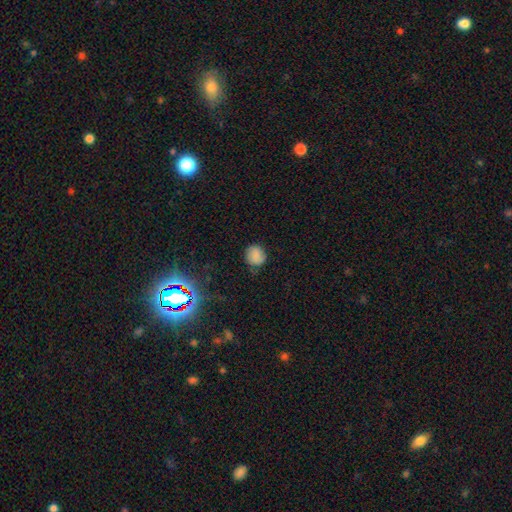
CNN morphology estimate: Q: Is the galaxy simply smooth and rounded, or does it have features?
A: smooth — 80%.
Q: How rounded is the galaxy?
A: round — 80%.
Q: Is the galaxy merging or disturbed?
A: none — 71%.